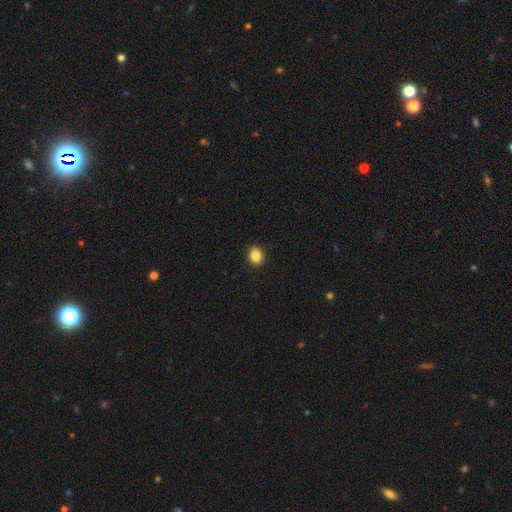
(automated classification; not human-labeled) This appears to be a smooth galaxy with no disk features (87%) that is round (53%). Merging: none (91%).